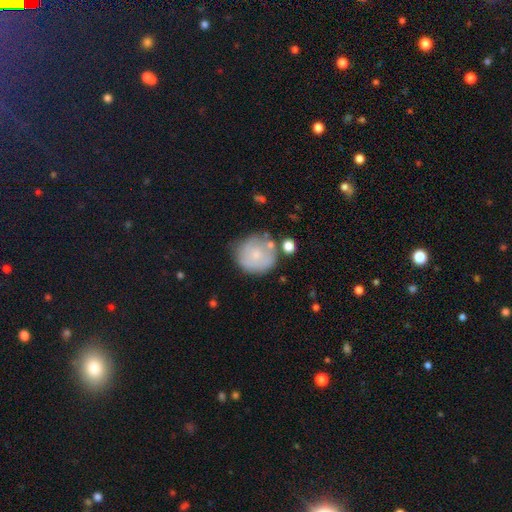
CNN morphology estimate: Q: Smooth or featured?
A: smooth (67%); runner-up: featured or disk (25%)
Q: How rounded?
A: round (92%); runner-up: in between (7%)
Q: Merging?
A: none (64%); runner-up: minor disturbance (20%)